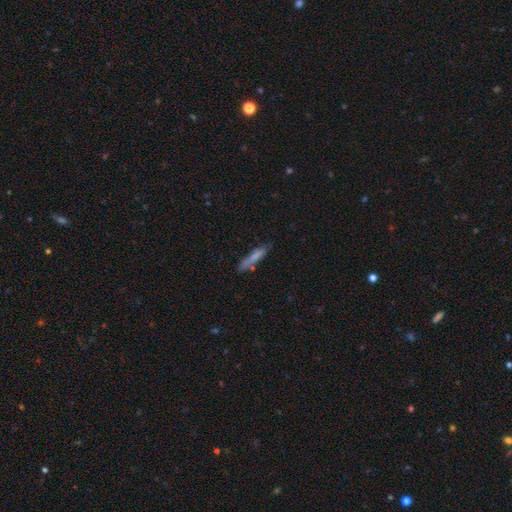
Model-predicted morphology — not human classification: This is likely a smooth galaxy (68%). How rounded: clearly cigar-shaped (90%). Merging: likely none (72%).